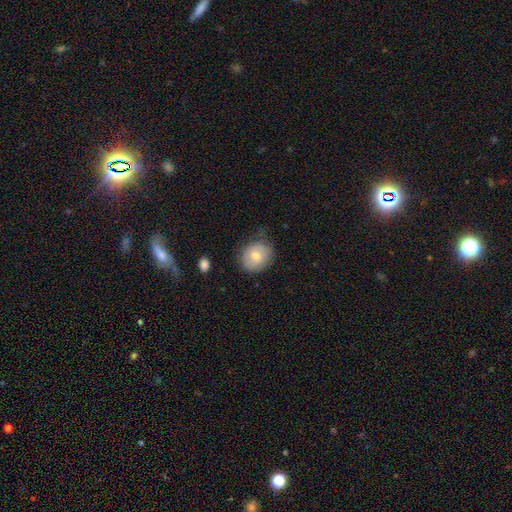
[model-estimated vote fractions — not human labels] A smooth galaxy with no disk features (71%) that is round (67%).

Vote fractions:
- Smooth or featured? smooth: 71% / featured or disk: 21% / star or artifact: 8%
- How rounded? round: 67% / in between: 32% / cigar-shaped: 1%
- Merging? none: 69% / minor disturbance: 24% / major disturbance: 6% / merger: 2%